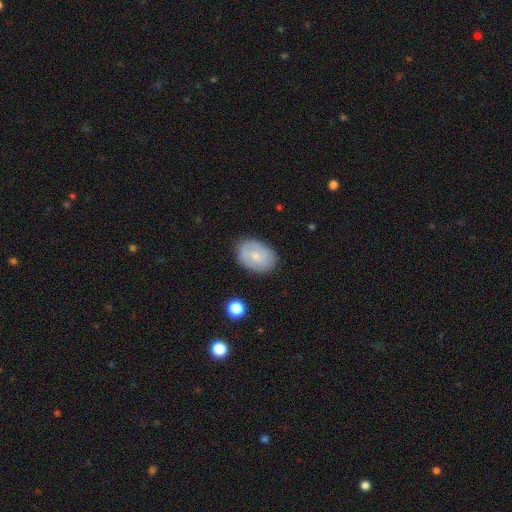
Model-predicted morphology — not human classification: This is possibly a smooth galaxy (59%). How rounded: likely in between (78%). Merging: clearly none (83%).